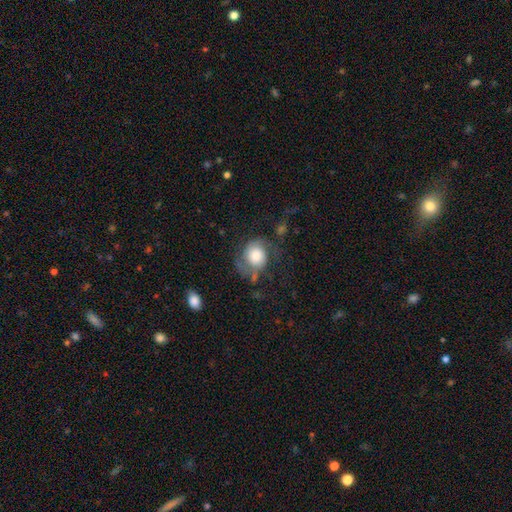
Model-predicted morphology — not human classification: type=featured or disk (53%); edge-on=no (98%); bar=no (77%); spiral arms=yes (86%); bulge=large (49%); merging=none (48%).